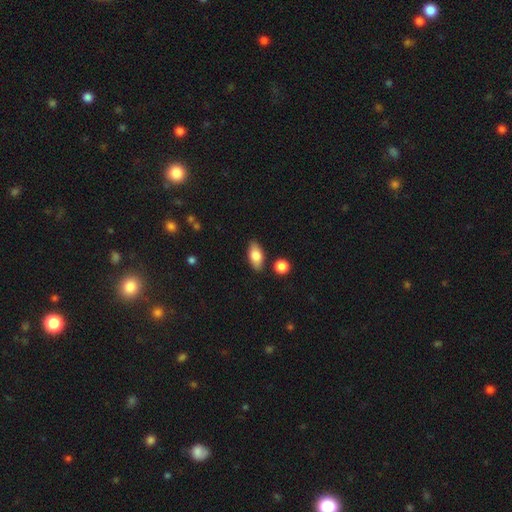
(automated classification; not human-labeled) Morphology: type=smooth (80%); roundness=in between (89%); merging=none (83%).